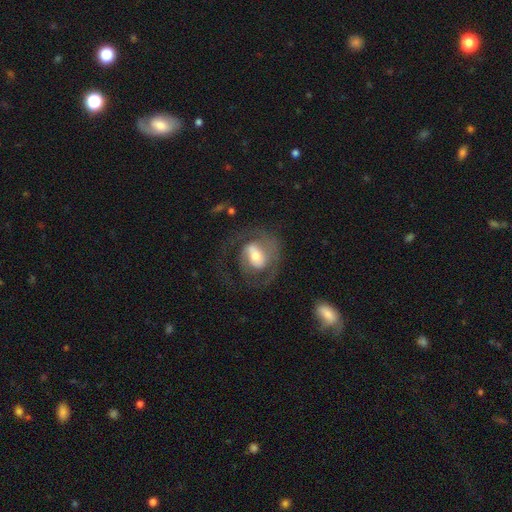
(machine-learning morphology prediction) A featured or disk galaxy (74%) with a weak bar (43%), 2 (54%) medium (44%) spiral arms (83%) and a moderate central bulge (56%).

Vote fractions:
- Smooth or featured? featured or disk: 74% / smooth: 20% / star or artifact: 6%
- Edge-on disk? no: 97% / yes: 3%
- Bar? weak: 43% / no: 36% / strong: 21%
- Spiral arms? yes: 83% / no: 17%
- Spiral winding? medium: 44% / tight: 36% / loose: 20%
- Spiral arm count? 2: 54% / 1: 25% / can't tell: 14% / 3: 4% / 4: 2% / more than 4: 2%
- Bulge size? moderate: 56% / small: 28% / large: 13% / none: 2% / dominant: 2%
- Merging? none: 51% / major disturbance: 30% / minor disturbance: 17% / merger: 3%